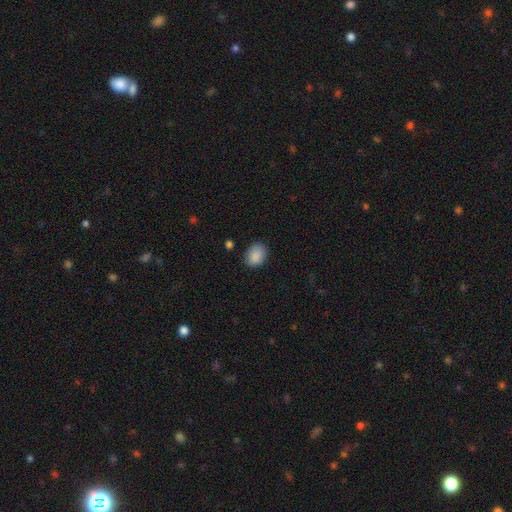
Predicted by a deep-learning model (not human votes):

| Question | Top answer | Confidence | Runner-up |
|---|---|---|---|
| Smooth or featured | smooth | 88% | star or artifact (8%) |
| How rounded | in between | 61% | round (38%) |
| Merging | none | 82% | minor disturbance (13%) |